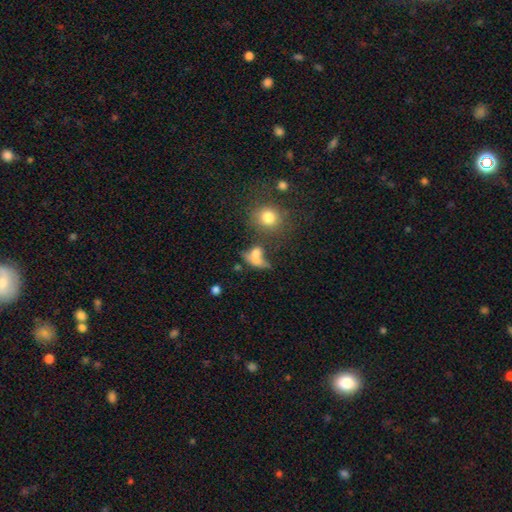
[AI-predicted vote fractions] Smooth or featured? Predicted: smooth (p=0.65). How rounded? Predicted: in between (p=0.53). Merging? Predicted: none (p=0.31).